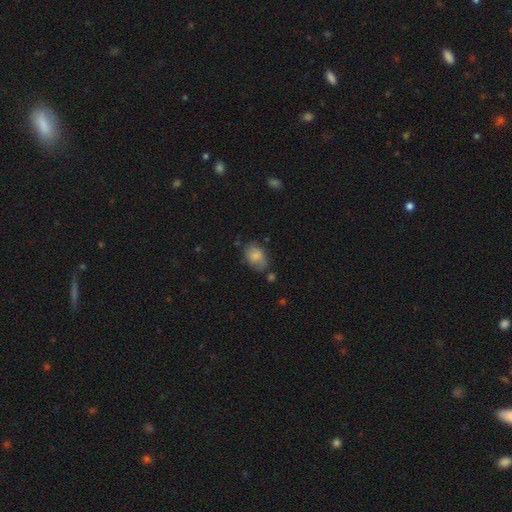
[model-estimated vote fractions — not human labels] Morphology: type=smooth (79%); roundness=in between (79%); merging=none (62%).